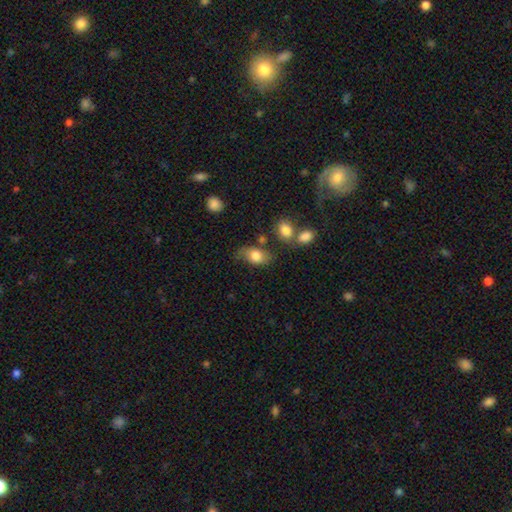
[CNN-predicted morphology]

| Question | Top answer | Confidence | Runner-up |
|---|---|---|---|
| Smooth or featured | smooth | 77% | featured or disk (16%) |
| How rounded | in between | 84% | round (14%) |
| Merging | none | 58% | minor disturbance (25%) |